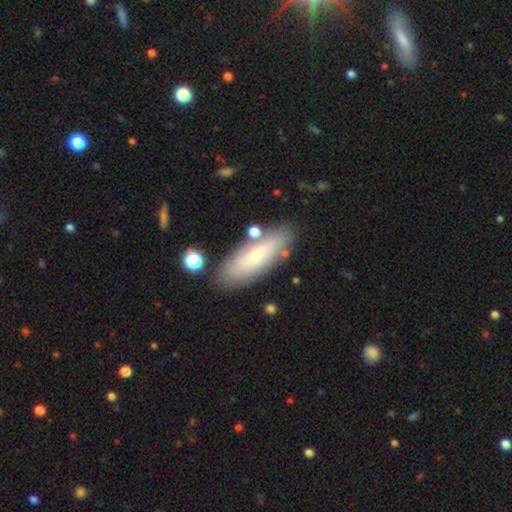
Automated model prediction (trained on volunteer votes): smooth 61%, featured or disk 32%, star or artifact 7%. Down the decision tree: how rounded — in between (53%); merging — none (81%).